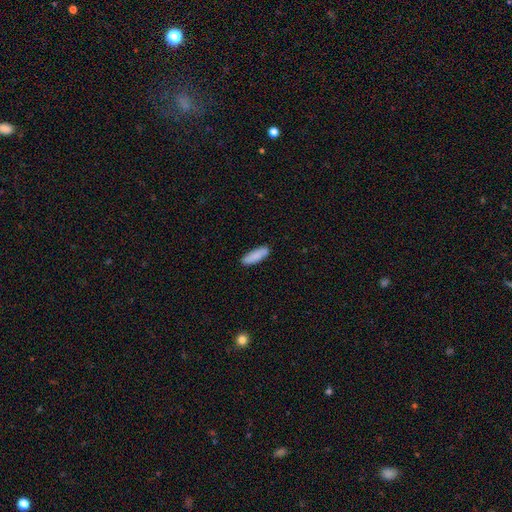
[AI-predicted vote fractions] Smooth or featured: smooth — 87% (featured or disk — 7%)
How rounded: in between — 54% (cigar-shaped — 44%)
Merging: none — 86% (minor disturbance — 10%)